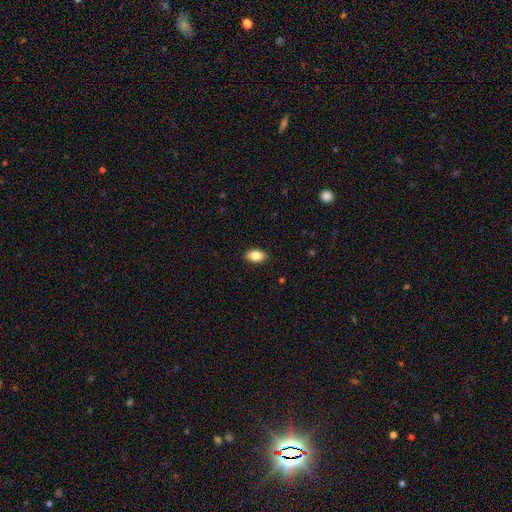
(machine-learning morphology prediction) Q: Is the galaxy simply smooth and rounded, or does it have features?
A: smooth — 82%.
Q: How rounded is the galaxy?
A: in between — 90%.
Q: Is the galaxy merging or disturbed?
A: none — 89%.